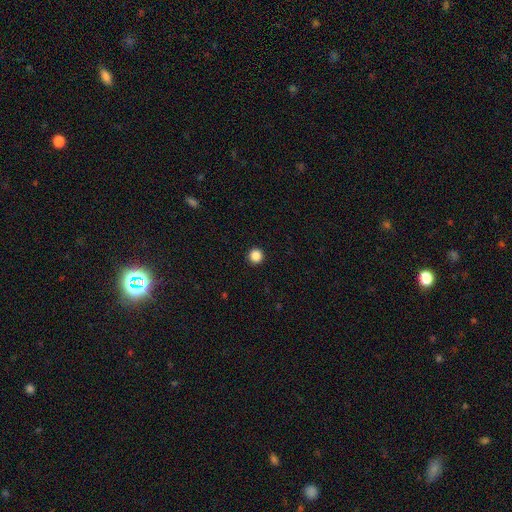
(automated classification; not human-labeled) A smooth galaxy with no disk features (87%) that is round (96%). Merging: none (94%).